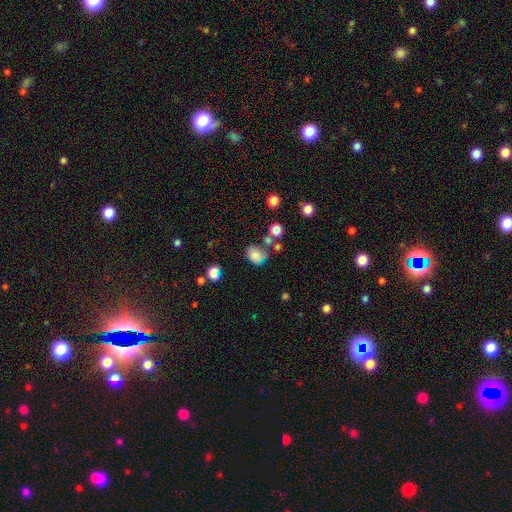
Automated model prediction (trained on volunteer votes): This appears to be a smooth galaxy with no disk features (74%) that is in between round and cigar-shaped (53%). Merging: none (45%).